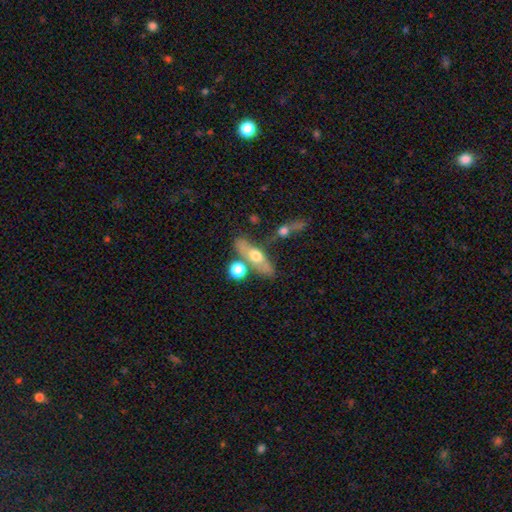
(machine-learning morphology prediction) Overall: smooth (47%; featured or disk 45%). Merging: none (59%; merger 21%).